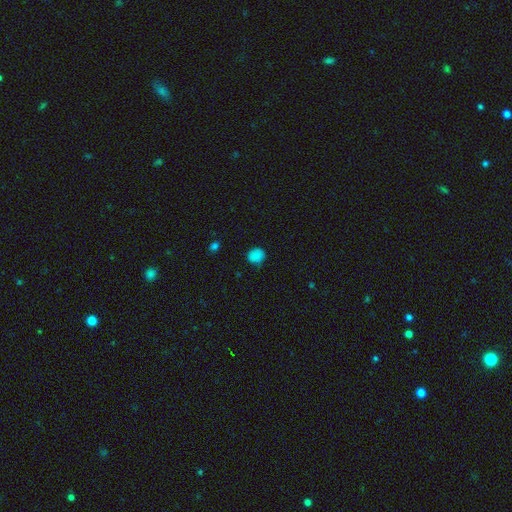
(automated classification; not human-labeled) smooth-or-featured: smooth: 81% | star or artifact: 14% | featured or disk: 5%
  how-rounded: round: 76% | in between: 23% | cigar-shaped: 1%
  merging: none: 73% | minor disturbance: 21% | major disturbance: 4% | merger: 2%